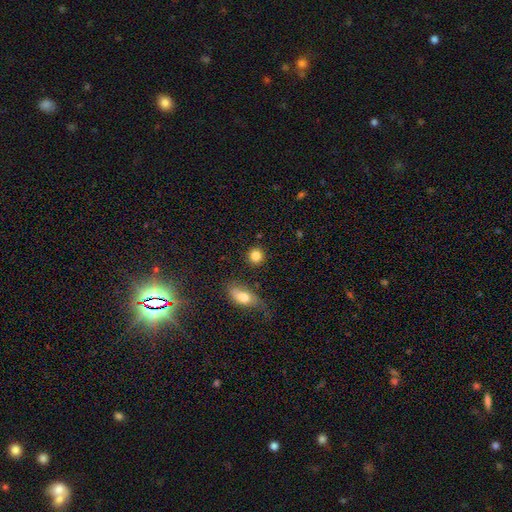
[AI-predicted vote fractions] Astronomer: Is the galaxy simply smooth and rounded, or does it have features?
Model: smooth — 84%.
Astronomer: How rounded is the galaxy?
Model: round — 90%.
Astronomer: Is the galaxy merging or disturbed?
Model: none — 86%.